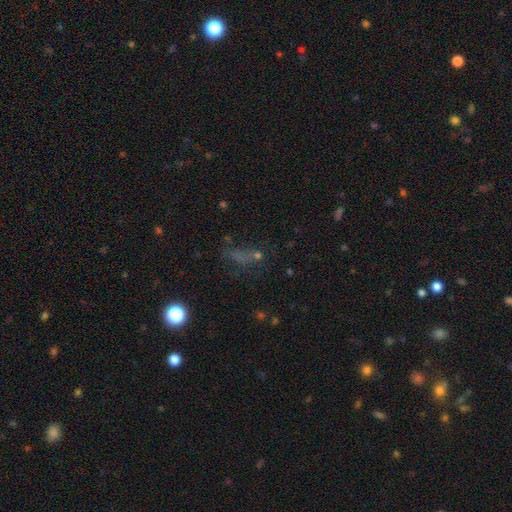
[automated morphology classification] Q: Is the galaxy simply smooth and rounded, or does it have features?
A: smooth — 43%.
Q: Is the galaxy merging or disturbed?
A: none — 50%.